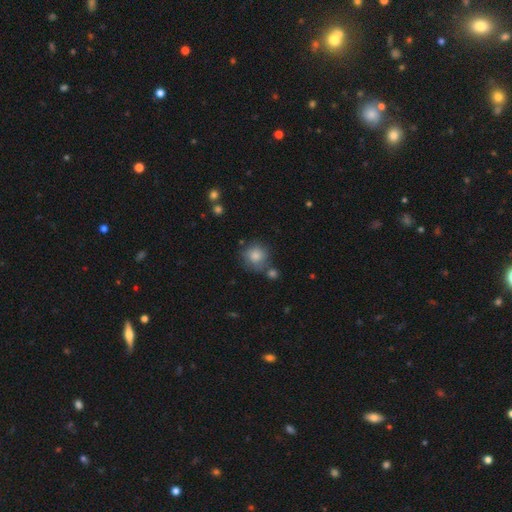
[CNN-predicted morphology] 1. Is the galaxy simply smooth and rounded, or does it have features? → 81% smooth, 10% featured or disk, 9% star or artifact.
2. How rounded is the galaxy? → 88% round, 11% in between, 1% cigar-shaped.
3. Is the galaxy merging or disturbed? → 64% none, 18% minor disturbance, 13% merger, 6% major disturbance.